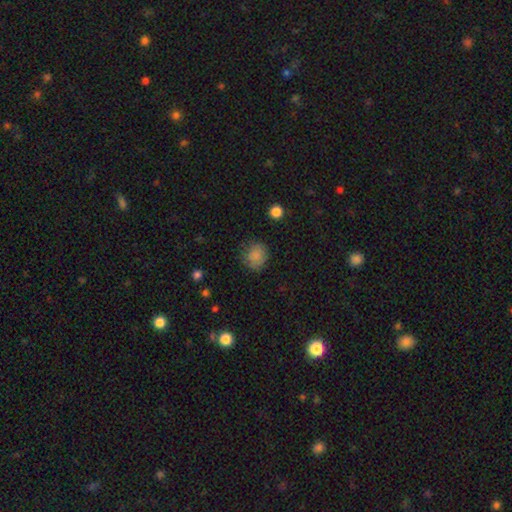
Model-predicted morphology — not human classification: A smooth galaxy with no disk features (83%) that is round (81%).

Vote fractions:
- Smooth or featured? smooth: 83% / star or artifact: 10% / featured or disk: 8%
- How rounded? round: 81% / in between: 18% / cigar-shaped: 1%
- Merging? none: 77% / minor disturbance: 17% / major disturbance: 5% / merger: 1%